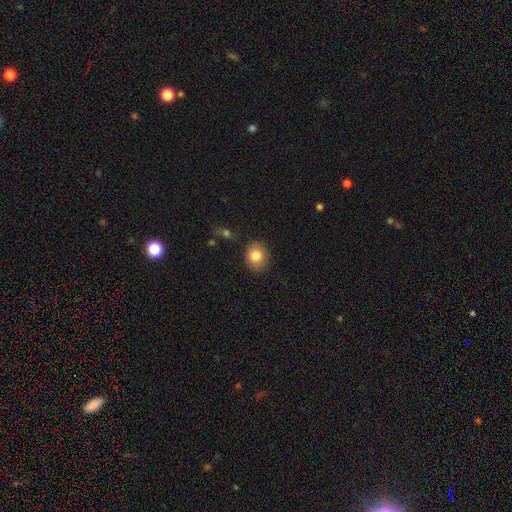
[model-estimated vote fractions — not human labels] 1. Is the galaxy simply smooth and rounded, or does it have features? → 83% smooth, 9% star or artifact, 8% featured or disk.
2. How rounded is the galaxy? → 67% round, 32% in between, 1% cigar-shaped.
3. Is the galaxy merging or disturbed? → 86% none, 10% minor disturbance, 2% major disturbance, 2% merger.